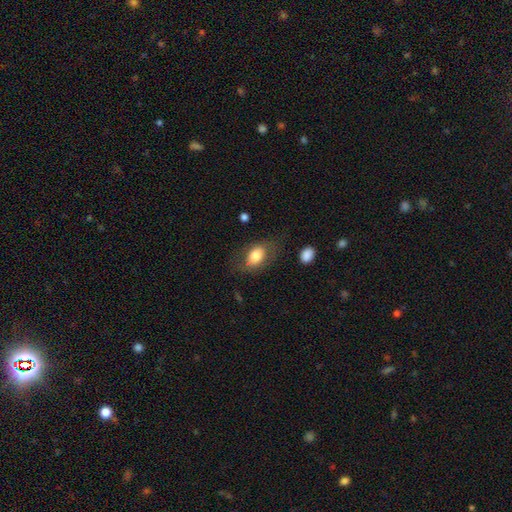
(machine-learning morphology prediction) Smooth or featured?
  - smooth: 74% *
  - featured or disk: 19%
  - star or artifact: 7%
How rounded?
  - in between: 85% *
  - round: 14%
  - cigar-shaped: 2%
Merging?
  - none: 66% *
  - minor disturbance: 20%
  - major disturbance: 12%
  - merger: 2%